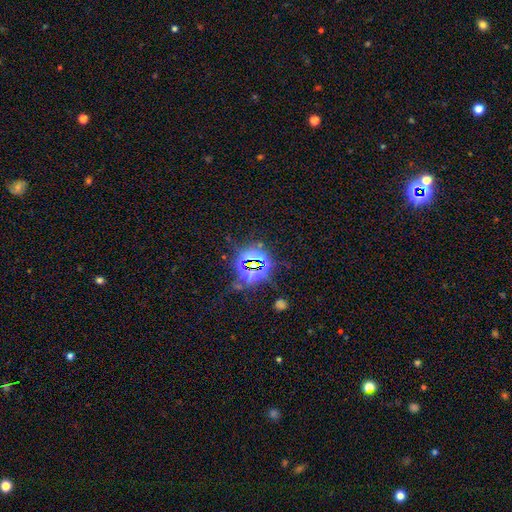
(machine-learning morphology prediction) Overall: star or artifact (82%).